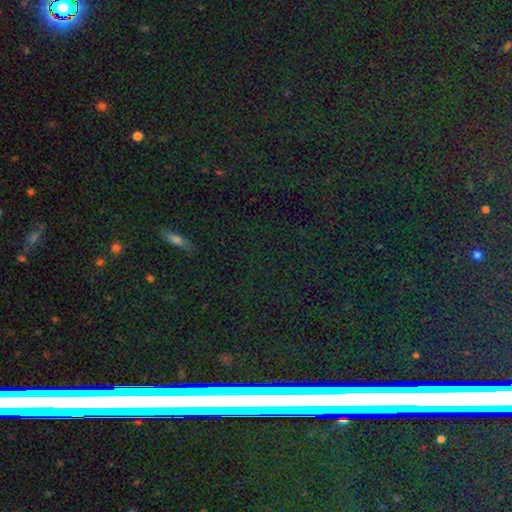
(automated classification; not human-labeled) Overall: star or artifact (77%).